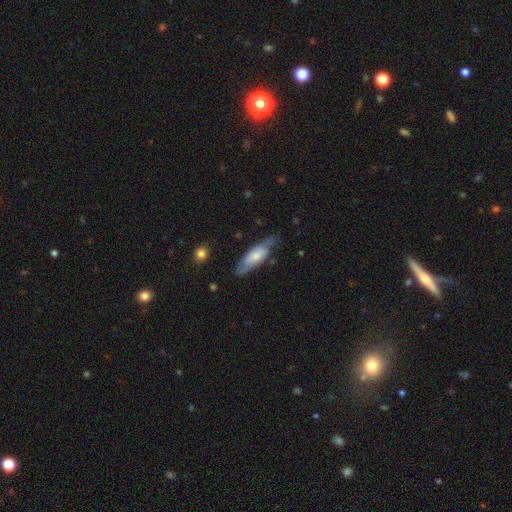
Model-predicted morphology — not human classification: smooth-or-featured: smooth: 60% | featured or disk: 35% | star or artifact: 6%
  how-rounded: in between: 61% | cigar-shaped: 37% | round: 2%
  merging: none: 58% | minor disturbance: 30% | major disturbance: 10% | merger: 2%